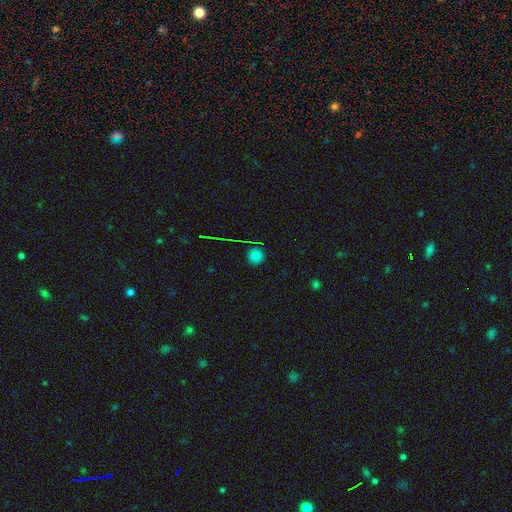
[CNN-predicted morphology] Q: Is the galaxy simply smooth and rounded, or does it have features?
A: smooth — 75%.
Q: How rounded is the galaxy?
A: round — 94%.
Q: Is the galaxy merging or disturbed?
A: none — 88%.